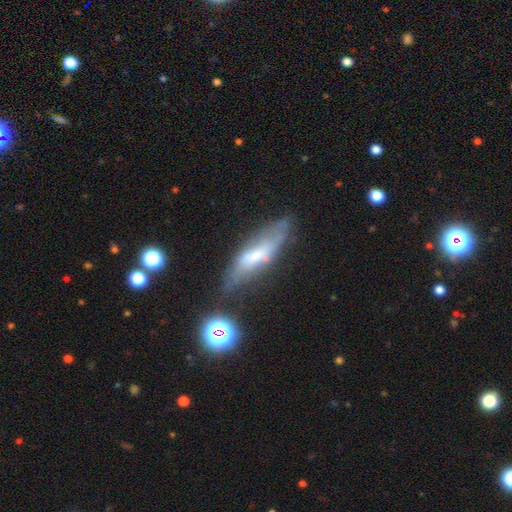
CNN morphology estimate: The model was most divided on "smooth or featured": featured or disk: 49%, smooth: 41%, star or artifact: 10%. More confident: merging — none (57%).